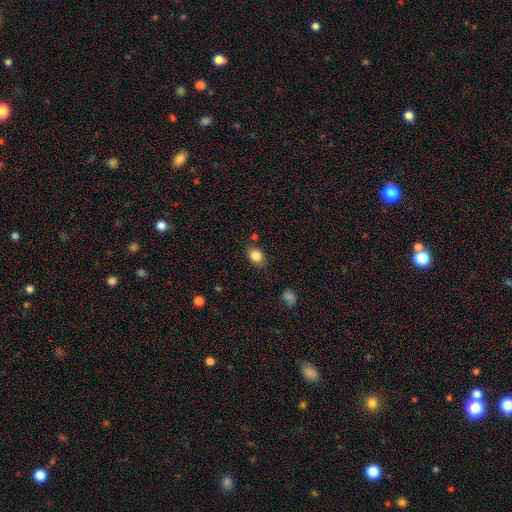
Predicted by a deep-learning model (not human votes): smooth-or-featured: smooth: 85% | star or artifact: 9% | featured or disk: 6%
  how-rounded: in between: 66% | round: 32% | cigar-shaped: 1%
  merging: none: 80% | minor disturbance: 14% | major disturbance: 3% | merger: 3%